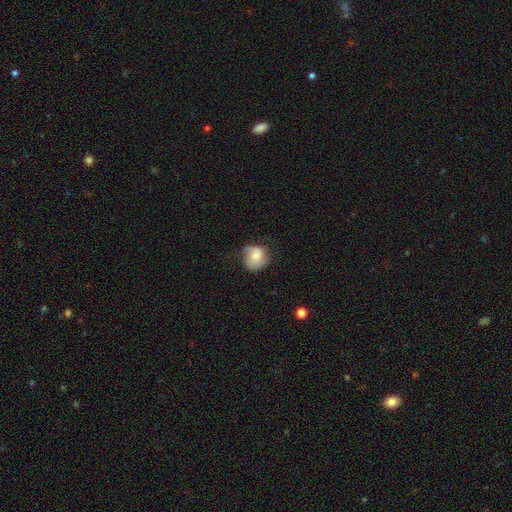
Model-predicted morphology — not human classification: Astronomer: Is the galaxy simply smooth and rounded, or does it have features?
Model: smooth — 58% (runner-up: featured or disk, 34%).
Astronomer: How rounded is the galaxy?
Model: round — 74%.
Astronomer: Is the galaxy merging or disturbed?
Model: none — 56%.